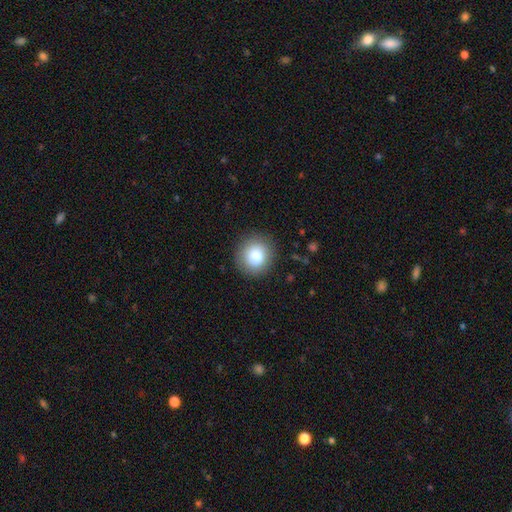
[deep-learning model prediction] Smooth or featured? Predicted: smooth (p=0.83). How rounded? Predicted: round (p=0.91). Merging? Predicted: none (p=0.89).